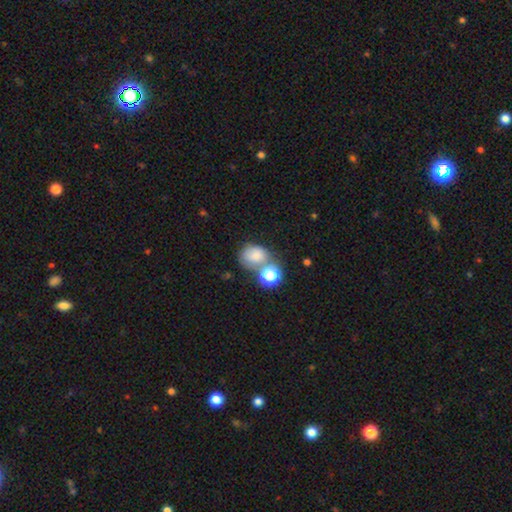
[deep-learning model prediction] Morphology: type=smooth (74%); roundness=round (51%); merging=none (40%).